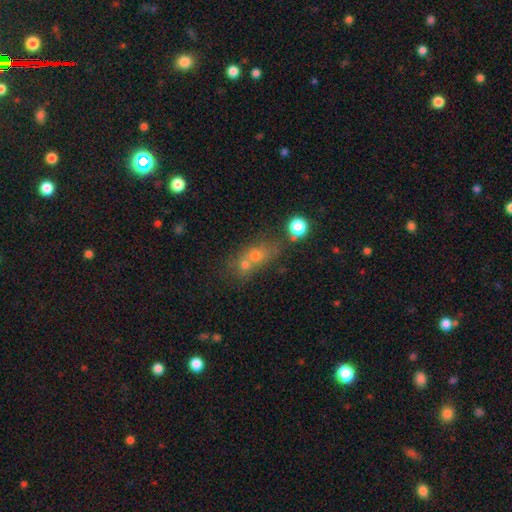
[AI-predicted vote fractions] Smooth or featured: smooth — 57% (star or artifact — 23%)
How rounded: round — 49% (in between — 43%)
Merging: merger — 51% (none — 34%)